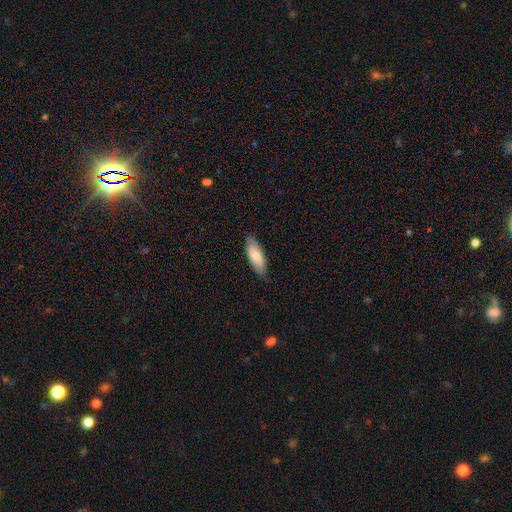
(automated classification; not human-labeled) smooth 79%, featured or disk 16%, star or artifact 5%. Down the decision tree: how rounded — in between (70%); merging — none (83%).